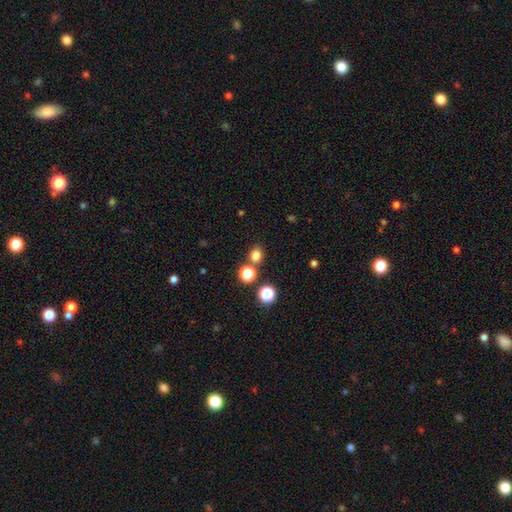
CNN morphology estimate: A smooth galaxy with no disk features (77%) that is round (69%).

Vote fractions:
- Smooth or featured? smooth: 77% / star or artifact: 18% / featured or disk: 5%
- How rounded? round: 69% / in between: 30% / cigar-shaped: 1%
- Merging? none: 76% / merger: 13% / minor disturbance: 8% / major disturbance: 3%